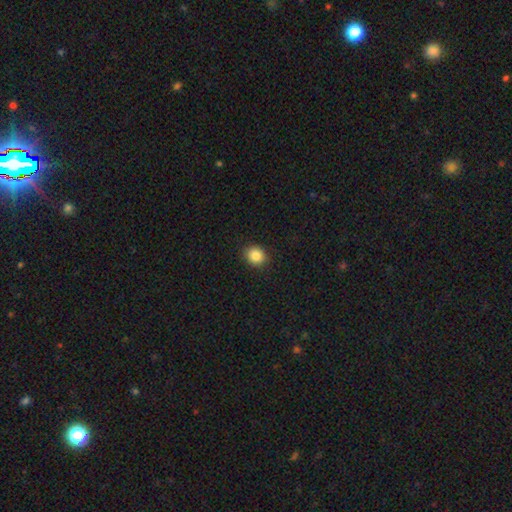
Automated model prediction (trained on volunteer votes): This appears to be a smooth galaxy with no disk features (87%) that is round (74%). Merging: none (90%).